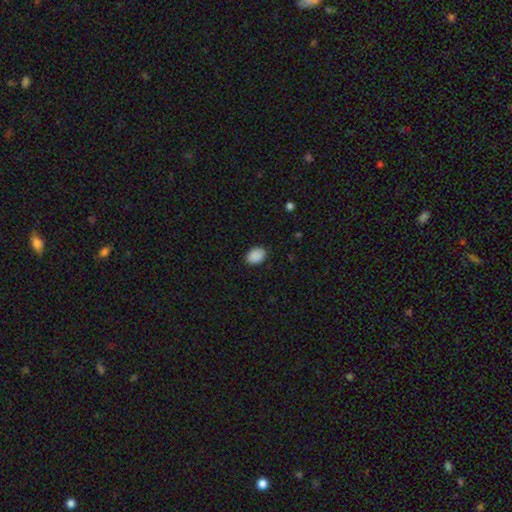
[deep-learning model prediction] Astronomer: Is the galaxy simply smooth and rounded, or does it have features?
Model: smooth — 90%.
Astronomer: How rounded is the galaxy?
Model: in between — 74%.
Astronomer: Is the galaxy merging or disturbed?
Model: none — 87%.